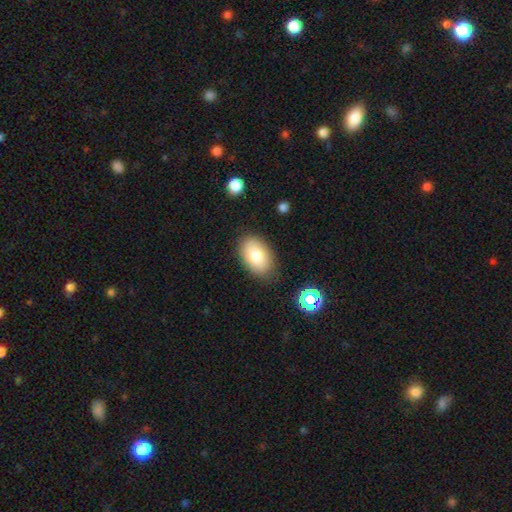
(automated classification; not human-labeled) Q: Smooth or featured?
A: smooth (82%); runner-up: featured or disk (10%)
Q: How rounded?
A: in between (92%); runner-up: round (7%)
Q: Merging?
A: none (84%); runner-up: minor disturbance (12%)